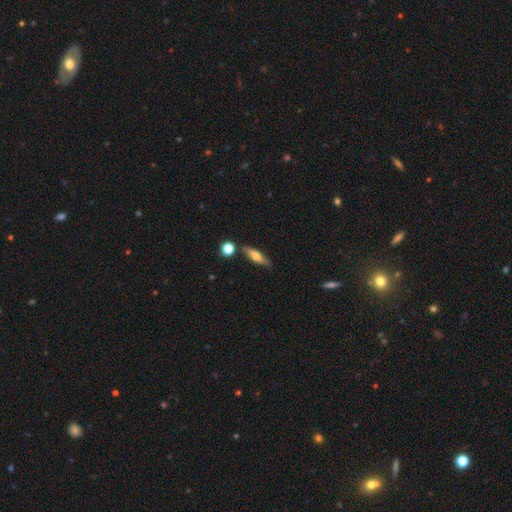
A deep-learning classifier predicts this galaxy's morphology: Smooth or featured? Predicted: smooth (p=0.51). How rounded? Predicted: cigar-shaped (p=0.63). Merging? Predicted: none (p=0.78).